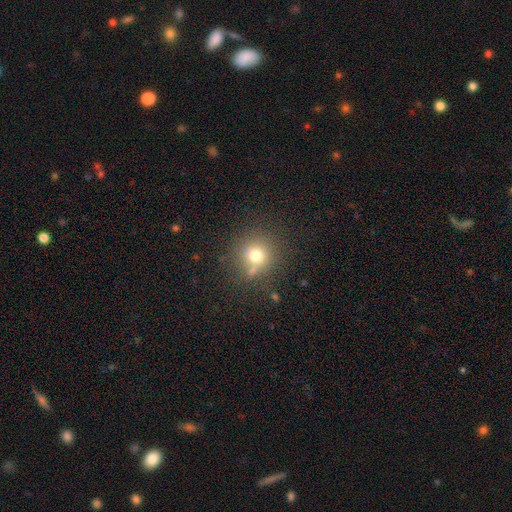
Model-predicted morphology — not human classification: This appears to be a smooth galaxy with no disk features (73%) that is round (90%). Merging: none (73%).